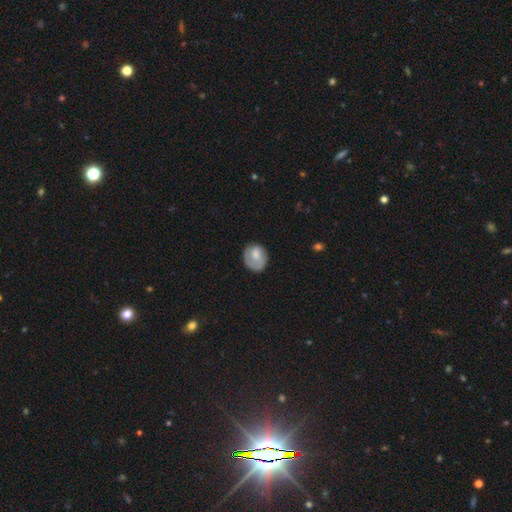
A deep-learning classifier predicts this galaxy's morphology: Smooth or featured? Predicted: smooth (p=0.62). How rounded? Predicted: round (p=0.65). Merging? Predicted: none (p=0.65).